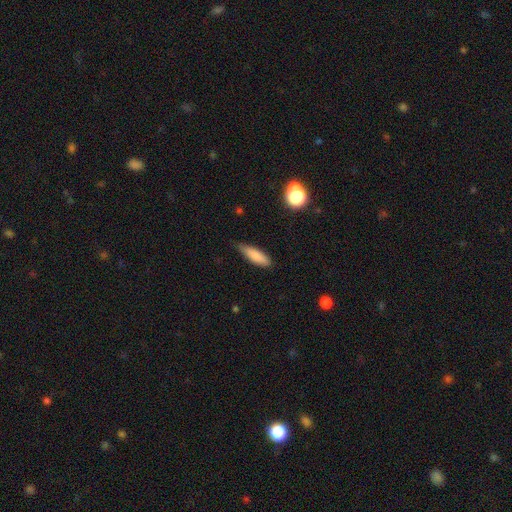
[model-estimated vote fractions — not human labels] The model was most divided on "how rounded": cigar-shaped: 55%, in between: 43%, round: 2%. More confident: smooth or featured — smooth (83%); merging — none (68%).